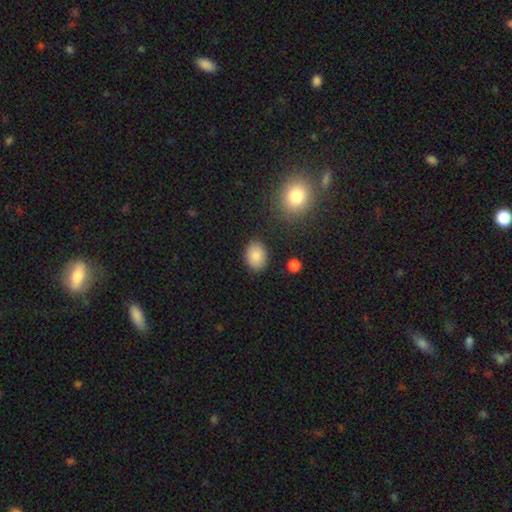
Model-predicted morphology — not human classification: type=smooth (86%); roundness=in between (70%); merging=none (86%).